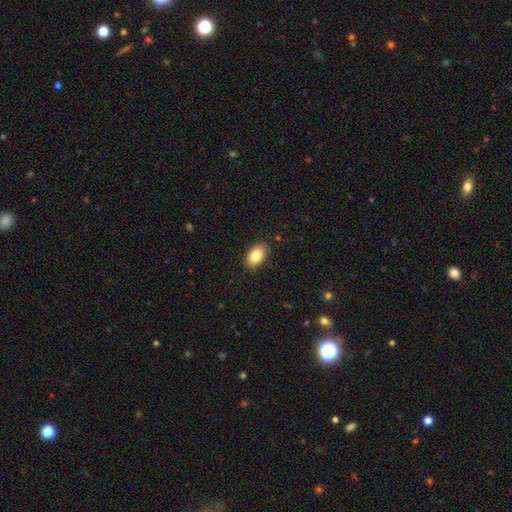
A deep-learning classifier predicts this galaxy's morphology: Q: Smooth or featured?
A: smooth (80%); runner-up: featured or disk (13%)
Q: How rounded?
A: in between (91%); runner-up: round (8%)
Q: Merging?
A: none (88%); runner-up: minor disturbance (9%)